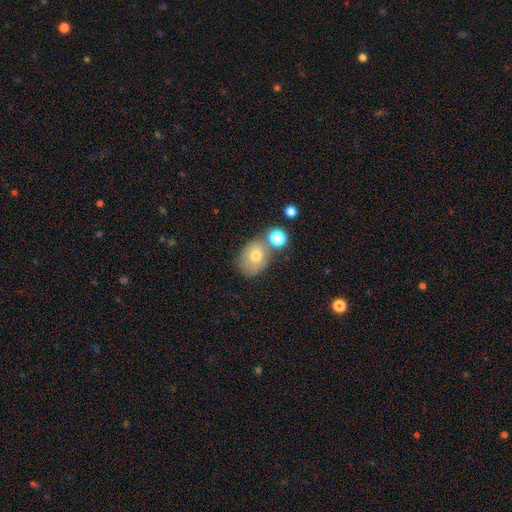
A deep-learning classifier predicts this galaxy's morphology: Smooth or featured: smooth — 71% (featured or disk — 19%)
How rounded: in between — 66% (round — 33%)
Merging: none — 54% (merger — 23%)